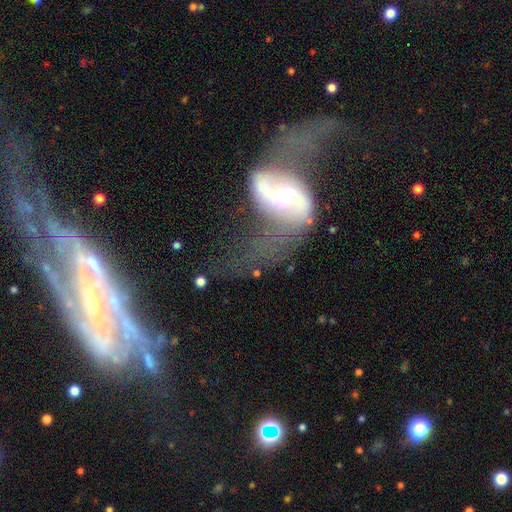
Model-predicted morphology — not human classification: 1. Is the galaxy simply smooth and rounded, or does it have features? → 81% featured or disk, 11% smooth, 8% star or artifact.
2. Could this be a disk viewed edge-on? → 93% no, 7% yes.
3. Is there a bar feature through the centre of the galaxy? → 34% weak, 33% no, 33% strong.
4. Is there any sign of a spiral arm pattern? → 88% yes, 12% no.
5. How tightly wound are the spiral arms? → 62% loose, 28% medium, 10% tight.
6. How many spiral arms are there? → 84% 2, 7% can't tell, 4% 1, 2% 3, 1% 4, 1% more than 4.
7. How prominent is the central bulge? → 52% moderate, 27% small, 14% large, 3% dominant, 3% none.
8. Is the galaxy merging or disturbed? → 32% none, 28% major disturbance, 26% merger, 14% minor disturbance.